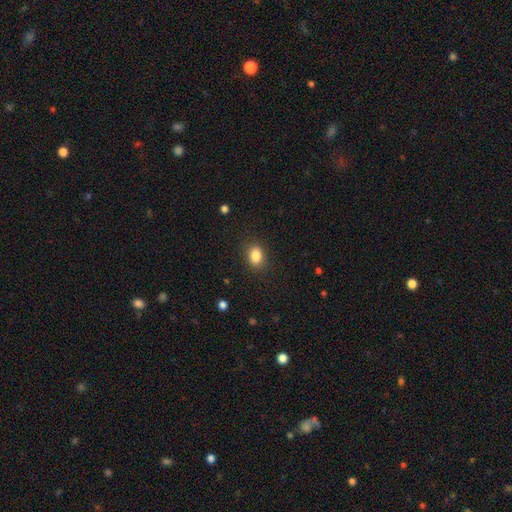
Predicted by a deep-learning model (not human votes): smooth_or_featured: smooth (p=0.85) [alt: star or artifact p=0.10]
how_rounded: in between (p=0.64) [alt: round p=0.35]
merging: none (p=0.86) [alt: minor disturbance p=0.10]